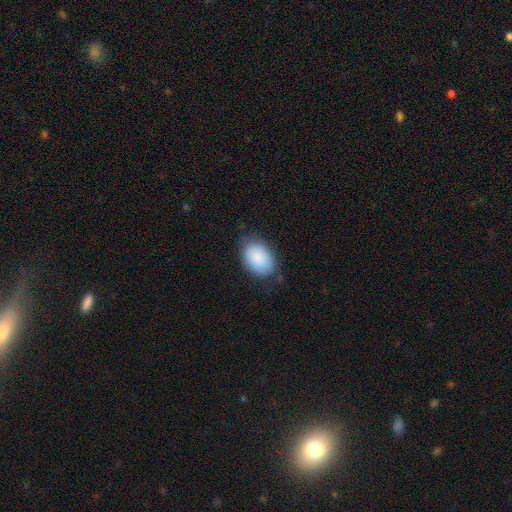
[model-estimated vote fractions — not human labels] This appears to be a smooth galaxy with no disk features (88%) that is in between round and cigar-shaped (87%). Merging: none (73%).